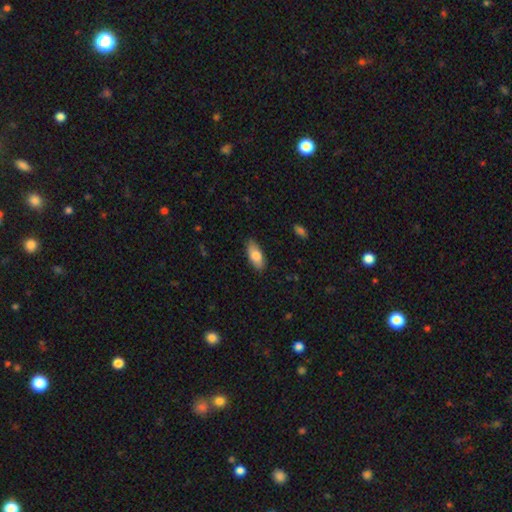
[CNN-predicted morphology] smooth_or_featured: smooth (p=0.78) [alt: featured or disk p=0.16]
how_rounded: in between (p=0.81) [alt: cigar-shaped p=0.16]
merging: none (p=0.86) [alt: minor disturbance p=0.11]